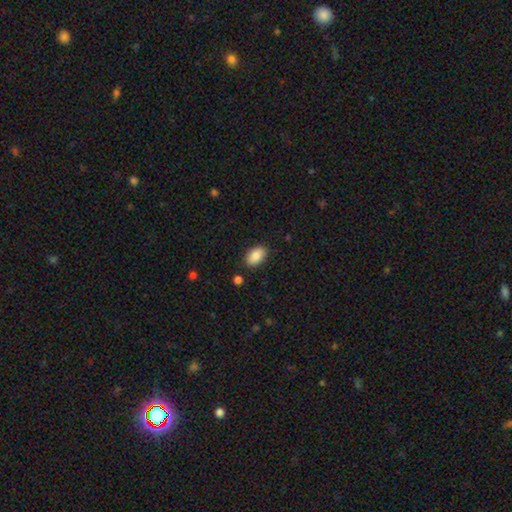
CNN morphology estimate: A smooth galaxy with no disk features (87%) that is in between round and cigar-shaped (92%). Merging: none (86%).